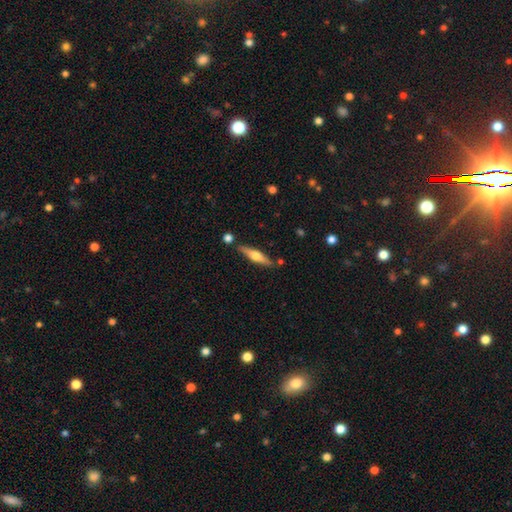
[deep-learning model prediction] Overall: featured or disk (50%; smooth 44%). Edge-on disk: yes (94%). Merging: none (82%).